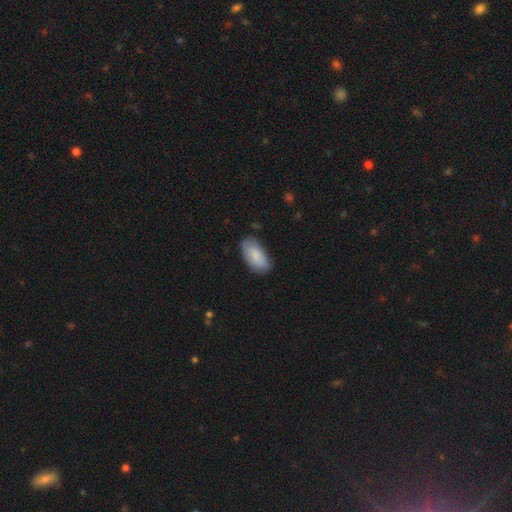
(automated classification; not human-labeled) smooth 84%, featured or disk 11%, star or artifact 6%. Down the decision tree: how rounded — in between (93%); merging — none (74%).